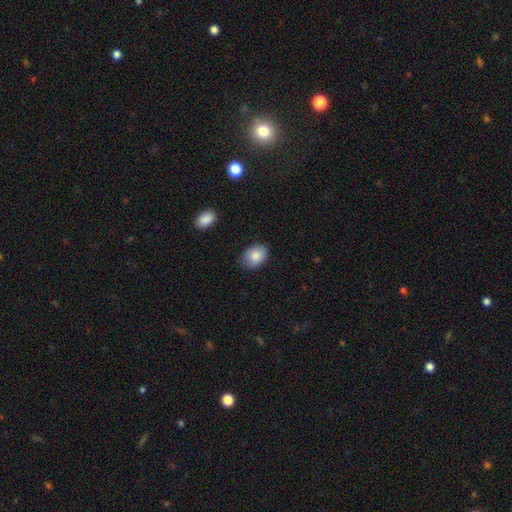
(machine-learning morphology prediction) Q: Smooth or featured?
A: smooth (86%); runner-up: star or artifact (7%)
Q: How rounded?
A: in between (75%); runner-up: round (24%)
Q: Merging?
A: none (82%); runner-up: minor disturbance (14%)